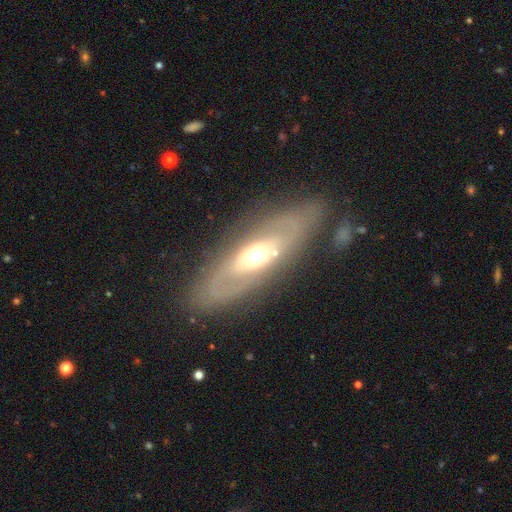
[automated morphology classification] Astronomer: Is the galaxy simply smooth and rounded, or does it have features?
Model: featured or disk — 69%.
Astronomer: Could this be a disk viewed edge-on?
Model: no — 76%.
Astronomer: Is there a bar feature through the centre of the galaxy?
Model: no — 76%.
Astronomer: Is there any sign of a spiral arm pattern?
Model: no — 61% (runner-up: yes, 39%).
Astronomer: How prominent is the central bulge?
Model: moderate — 68%.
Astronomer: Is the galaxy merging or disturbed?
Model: none — 79%.